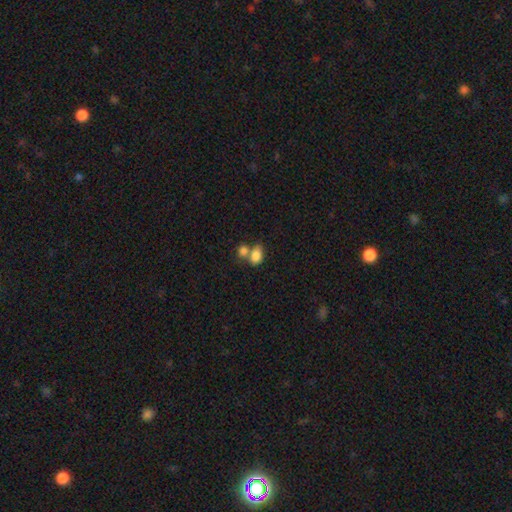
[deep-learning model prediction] A smooth galaxy with no disk features (83%) that is in between round and cigar-shaped (78%).

Vote fractions:
- Smooth or featured? smooth: 83% / star or artifact: 9% / featured or disk: 8%
- How rounded? in between: 78% / round: 20% / cigar-shaped: 1%
- Merging? merger: 53% / none: 32% / minor disturbance: 10% / major disturbance: 4%